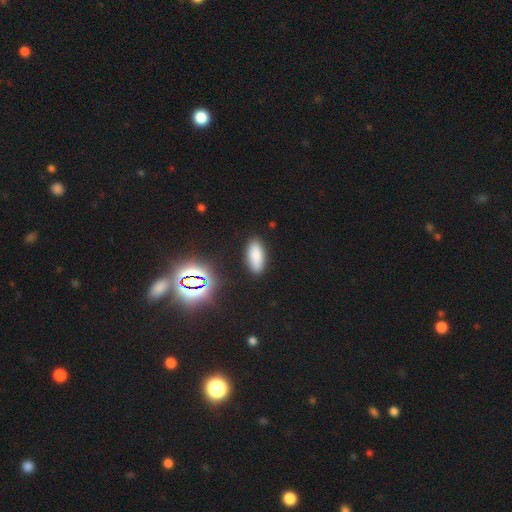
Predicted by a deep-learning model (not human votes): Smooth or featured? smooth (79%)
How rounded? in between (78%)
Merging? none (87%)